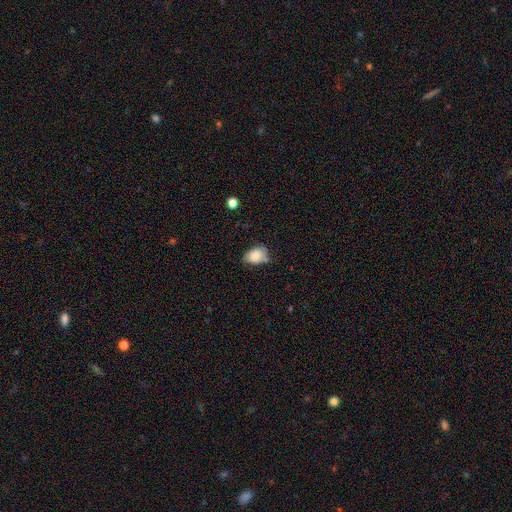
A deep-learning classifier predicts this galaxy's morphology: Q: Smooth or featured?
A: smooth (83%); runner-up: featured or disk (9%)
Q: How rounded?
A: in between (80%); runner-up: round (19%)
Q: Merging?
A: none (55%); runner-up: minor disturbance (32%)